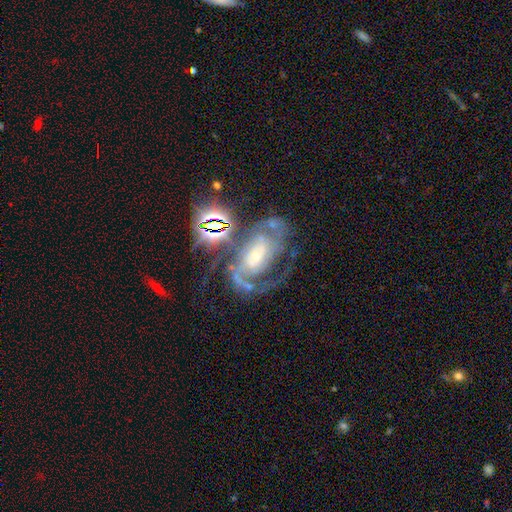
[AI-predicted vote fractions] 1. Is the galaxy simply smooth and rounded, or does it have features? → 81% featured or disk, 11% star or artifact, 7% smooth.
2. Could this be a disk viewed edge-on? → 97% no, 3% yes.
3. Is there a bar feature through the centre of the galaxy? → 55% no, 30% weak, 15% strong.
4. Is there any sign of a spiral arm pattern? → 93% yes, 7% no.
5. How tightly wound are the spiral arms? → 44% tight, 42% medium, 14% loose.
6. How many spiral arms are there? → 48% 2, 22% can't tell, 12% 3, 10% 1, 4% 4, 4% more than 4.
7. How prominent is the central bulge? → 64% small, 27% moderate, 4% large, 4% none, 2% dominant.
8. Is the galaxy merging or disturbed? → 43% none, 28% major disturbance, 19% minor disturbance, 10% merger.